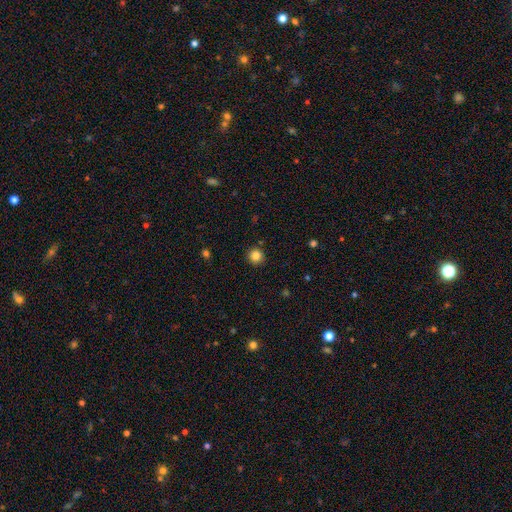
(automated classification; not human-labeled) The model was most divided on "smooth or featured": smooth: 84%, star or artifact: 11%, featured or disk: 5%. More confident: how rounded — round (94%); merging — none (91%).